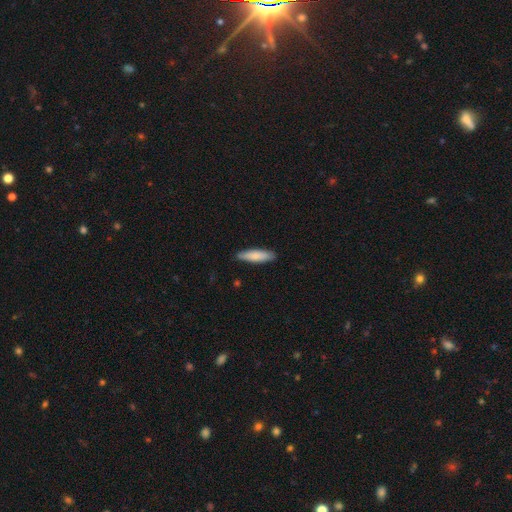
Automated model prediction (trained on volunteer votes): smooth 80%, featured or disk 15%, star or artifact 5%. Down the decision tree: how rounded — cigar-shaped (71%); merging — none (88%).